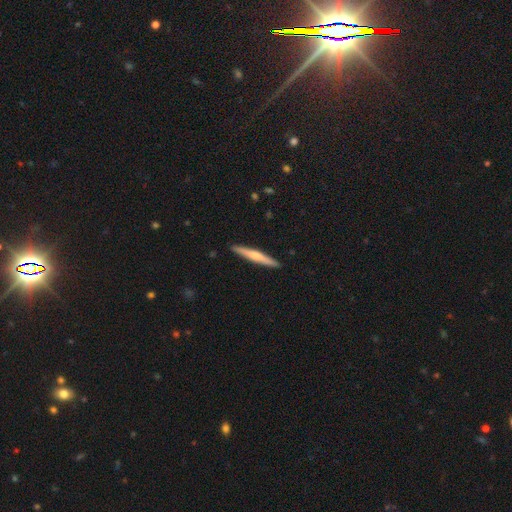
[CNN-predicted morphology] Smooth or featured: featured or disk — 48% (smooth — 47%)
Merging: none — 91% (minor disturbance — 6%)